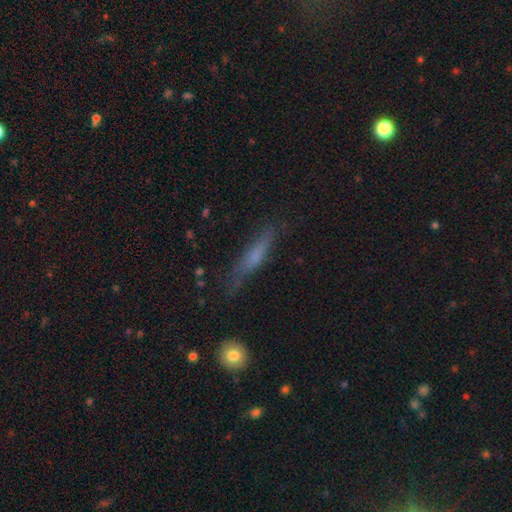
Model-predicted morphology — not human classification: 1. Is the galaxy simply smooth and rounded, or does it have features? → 56% smooth, 35% featured or disk, 9% star or artifact.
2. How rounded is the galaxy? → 86% cigar-shaped, 12% in between, 2% round.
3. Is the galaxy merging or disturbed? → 67% none, 23% minor disturbance, 8% major disturbance, 3% merger.